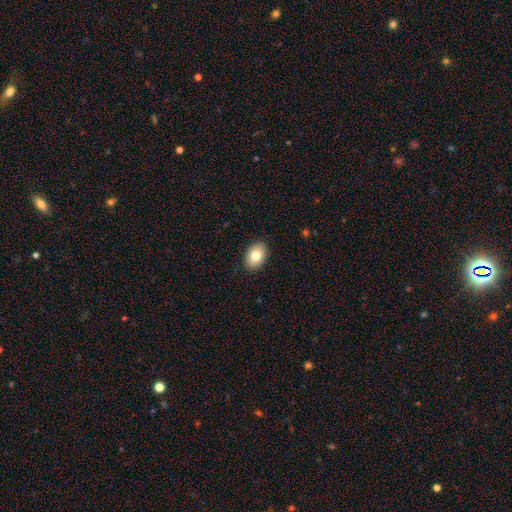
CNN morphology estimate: A smooth galaxy with no disk features (81%) that is in between round and cigar-shaped (88%). Merging: none (90%).